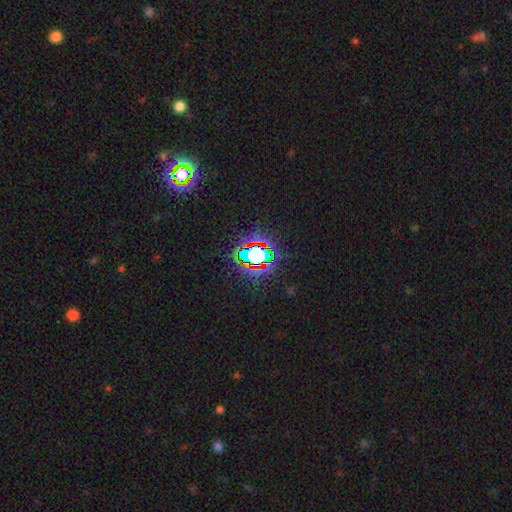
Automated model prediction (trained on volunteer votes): A star or artifact, not a galaxy (71%).

Vote fractions:
- Smooth or featured? star or artifact: 71% / smooth: 17% / featured or disk: 12%